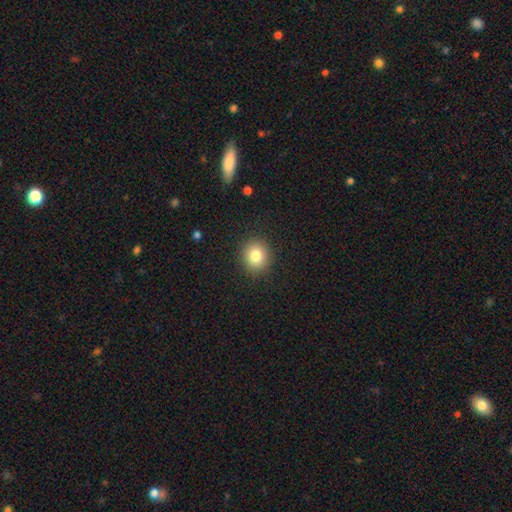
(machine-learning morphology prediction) smooth-or-featured: smooth: 82% | star or artifact: 11% | featured or disk: 8%
  how-rounded: round: 82% | in between: 17% | cigar-shaped: 1%
  merging: none: 90% | minor disturbance: 7% | major disturbance: 2% | merger: 1%